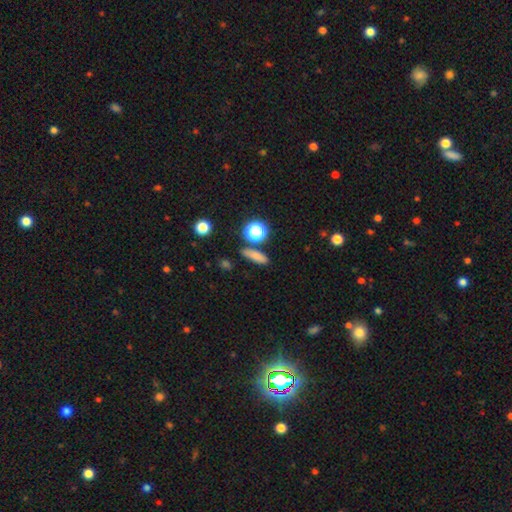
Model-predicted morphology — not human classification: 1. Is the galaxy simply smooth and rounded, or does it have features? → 76% smooth, 16% star or artifact, 8% featured or disk.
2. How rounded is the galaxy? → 49% cigar-shaped, 35% in between, 16% round.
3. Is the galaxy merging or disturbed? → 80% none, 11% minor disturbance, 6% merger, 3% major disturbance.